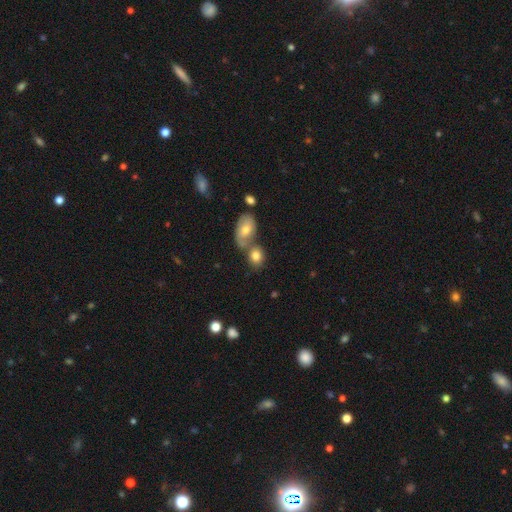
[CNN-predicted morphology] Q: Smooth or featured?
A: smooth (78%); runner-up: featured or disk (14%)
Q: How rounded?
A: in between (58%); runner-up: round (40%)
Q: Merging?
A: merger (48%); runner-up: none (39%)